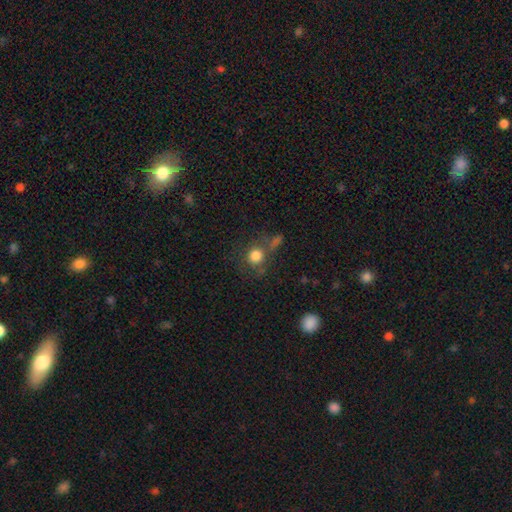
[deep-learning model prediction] smooth_or_featured: smooth (p=0.79) [alt: star or artifact p=0.12]
how_rounded: round (p=0.87) [alt: in between p=0.12]
merging: none (p=0.59) [alt: merger p=0.17]